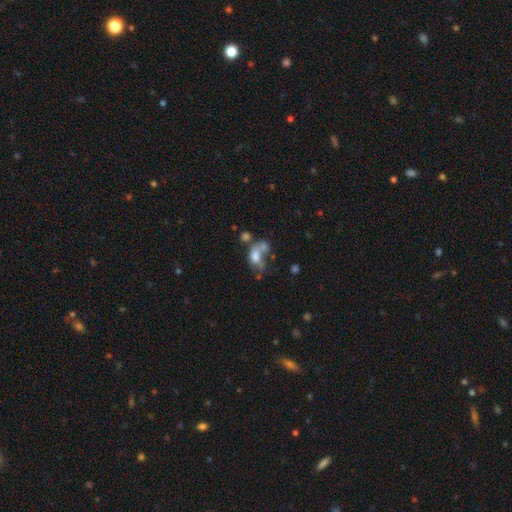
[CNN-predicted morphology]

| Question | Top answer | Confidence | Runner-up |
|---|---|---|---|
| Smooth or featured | smooth | 64% | featured or disk (24%) |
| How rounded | in between | 79% | round (19%) |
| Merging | merger | 50% | major disturbance (19%) |